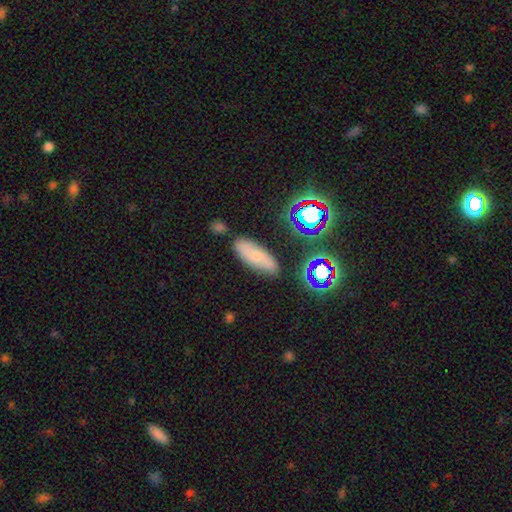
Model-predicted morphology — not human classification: This is possibly a smooth galaxy (57%). How rounded: likely in between (67%). Merging: likely none (75%).